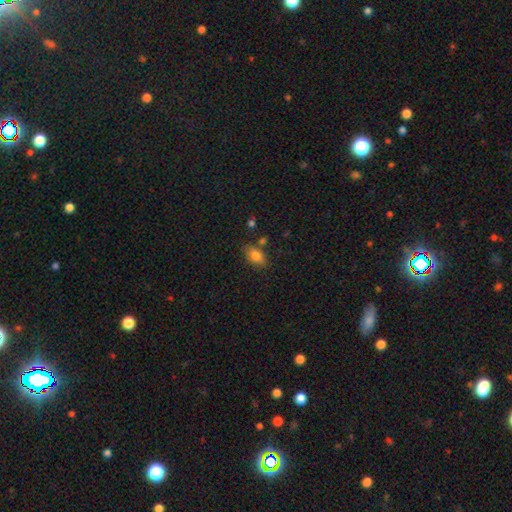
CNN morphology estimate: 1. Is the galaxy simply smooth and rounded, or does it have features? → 82% smooth, 9% featured or disk, 9% star or artifact.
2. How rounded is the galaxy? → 87% in between, 10% round, 3% cigar-shaped.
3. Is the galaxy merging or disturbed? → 74% none, 16% minor disturbance, 7% merger, 4% major disturbance.